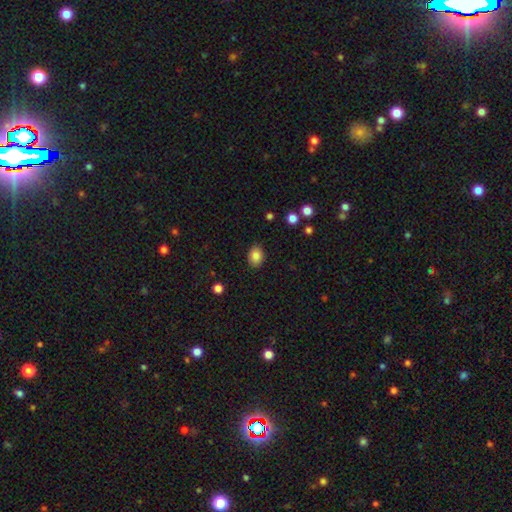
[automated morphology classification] A smooth galaxy with no disk features (85%) that is in between round and cigar-shaped (67%). Merging: none (87%).